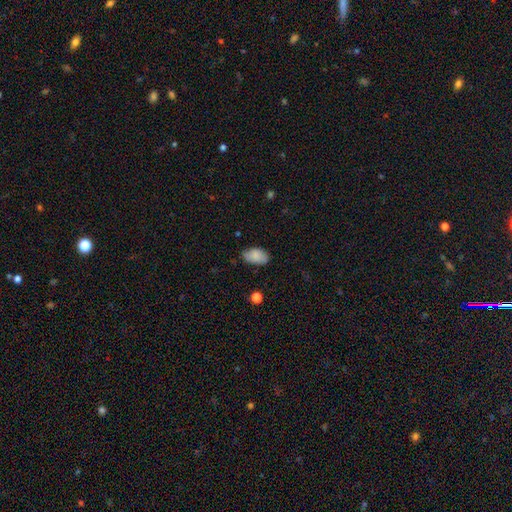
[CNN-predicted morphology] A smooth galaxy with no disk features (86%) that is in between round and cigar-shaped (93%).

Vote fractions:
- Smooth or featured? smooth: 86% / star or artifact: 7% / featured or disk: 6%
- How rounded? in between: 93% / round: 5% / cigar-shaped: 2%
- Merging? none: 76% / minor disturbance: 19% / major disturbance: 3% / merger: 1%